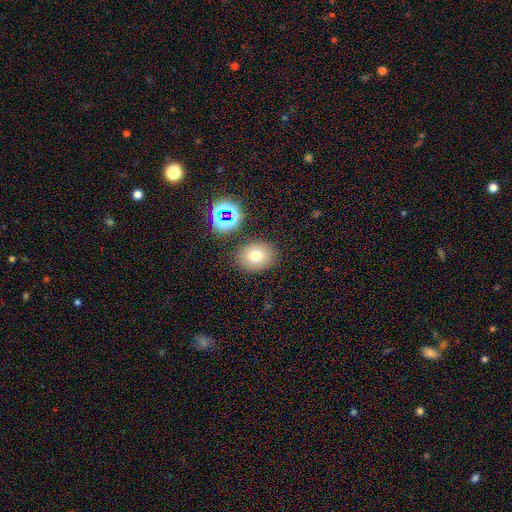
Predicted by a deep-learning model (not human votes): Q: Smooth or featured?
A: smooth (73%); runner-up: star or artifact (15%)
Q: How rounded?
A: round (51%); runner-up: in between (48%)
Q: Merging?
A: none (83%); runner-up: minor disturbance (9%)